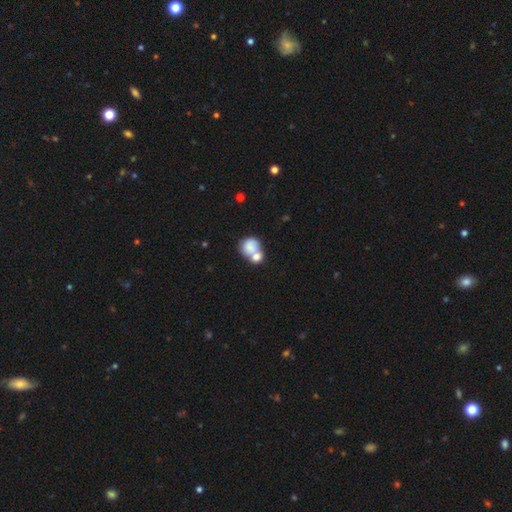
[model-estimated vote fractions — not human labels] This is likely a smooth galaxy (76%). How rounded: likely round (69%). Merging: possibly merger (57%).